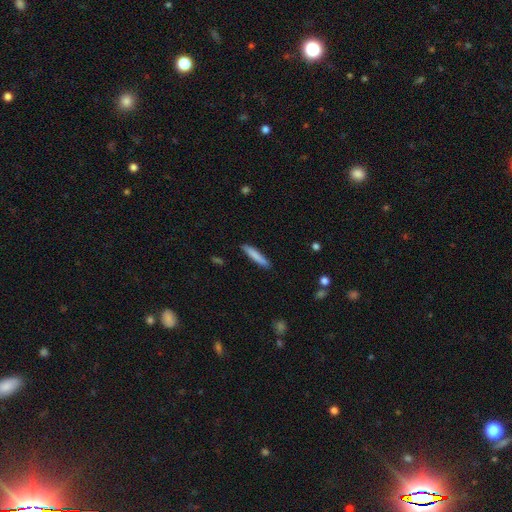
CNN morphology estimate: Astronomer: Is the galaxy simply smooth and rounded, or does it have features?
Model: smooth — 81%.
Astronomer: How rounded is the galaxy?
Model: cigar-shaped — 91%.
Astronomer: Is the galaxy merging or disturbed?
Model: none — 87%.